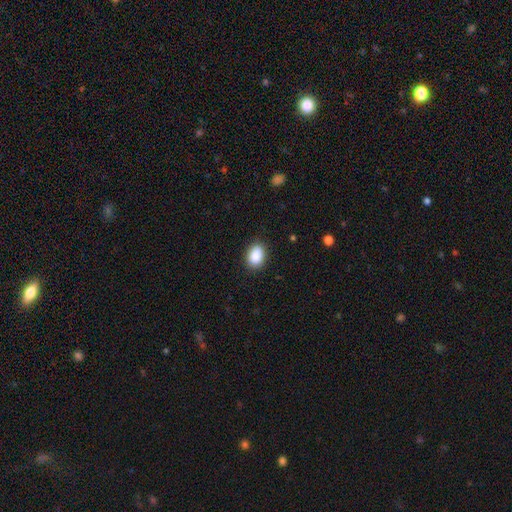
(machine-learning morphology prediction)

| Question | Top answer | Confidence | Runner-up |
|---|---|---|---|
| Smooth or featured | smooth | 89% | star or artifact (7%) |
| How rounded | in between | 81% | round (18%) |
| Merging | none | 87% | minor disturbance (10%) |